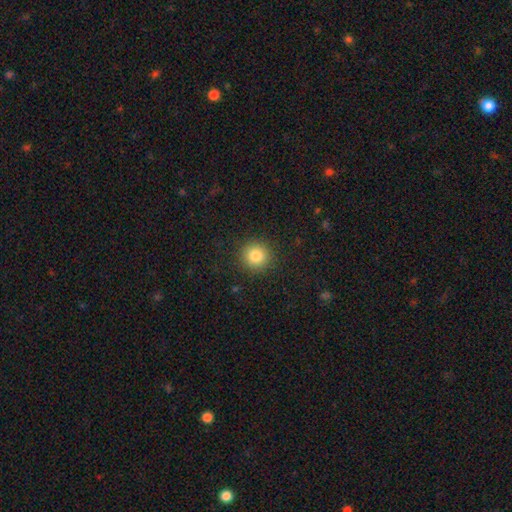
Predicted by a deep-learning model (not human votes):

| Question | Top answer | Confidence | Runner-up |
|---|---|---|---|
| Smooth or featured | smooth | 83% | star or artifact (11%) |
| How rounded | round | 94% | in between (5%) |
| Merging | none | 91% | minor disturbance (6%) |